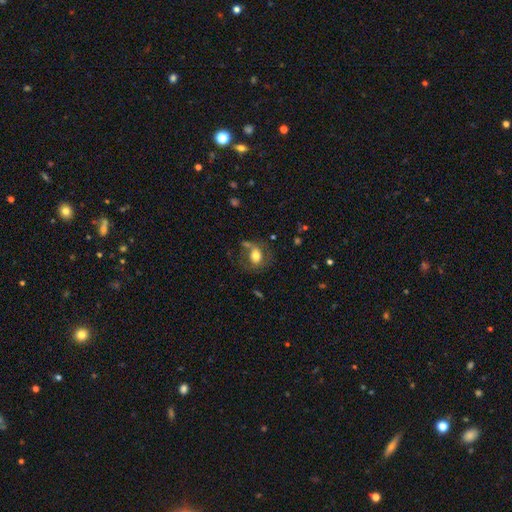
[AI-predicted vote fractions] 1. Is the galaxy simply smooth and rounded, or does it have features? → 63% smooth, 28% featured or disk, 9% star or artifact.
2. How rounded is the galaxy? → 63% in between, 35% round, 2% cigar-shaped.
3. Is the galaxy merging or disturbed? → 49% none, 22% minor disturbance, 20% major disturbance, 9% merger.